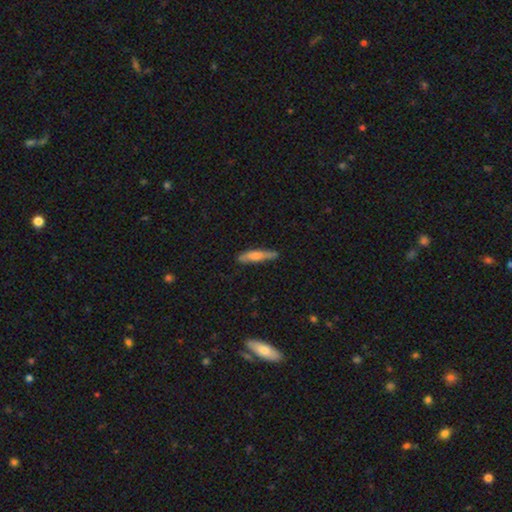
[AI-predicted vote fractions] Smooth or featured?
  - smooth: 58% *
  - featured or disk: 36%
  - star or artifact: 6%
How rounded?
  - cigar-shaped: 85% *
  - in between: 13%
  - round: 2%
Merging?
  - none: 79% *
  - minor disturbance: 16%
  - major disturbance: 3%
  - merger: 2%